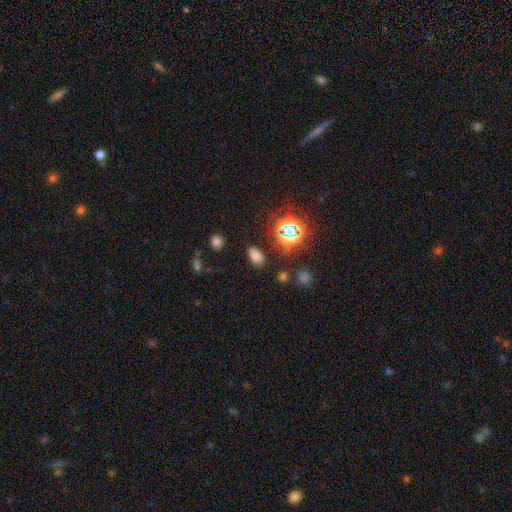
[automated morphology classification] The model was most divided on "smooth or featured": smooth: 69%, star or artifact: 25%, featured or disk: 6%. More confident: how rounded — in between (89%); merging — none (84%).